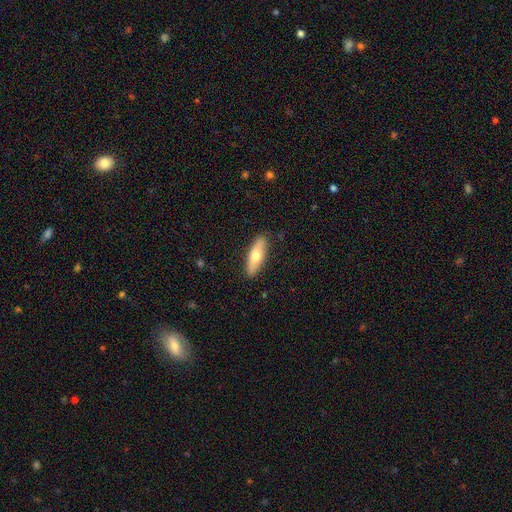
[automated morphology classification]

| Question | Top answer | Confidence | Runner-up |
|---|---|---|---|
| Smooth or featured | smooth | 63% | featured or disk (31%) |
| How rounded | cigar-shaped | 50% | in between (48%) |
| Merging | none | 88% | minor disturbance (9%) |